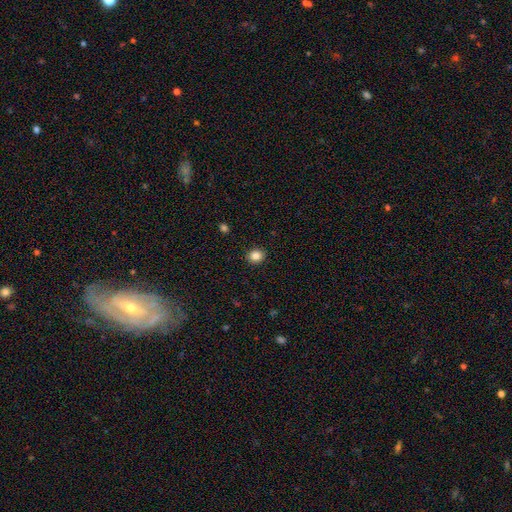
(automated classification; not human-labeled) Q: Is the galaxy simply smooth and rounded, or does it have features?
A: smooth — 85%.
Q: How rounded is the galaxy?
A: round — 71%.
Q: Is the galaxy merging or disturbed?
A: none — 91%.